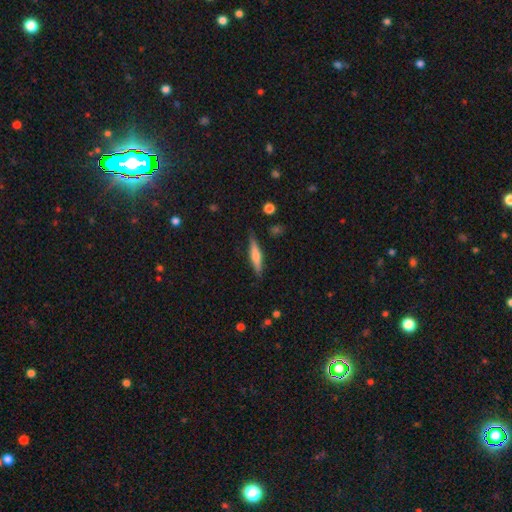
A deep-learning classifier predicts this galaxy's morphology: Smooth or featured: smooth — 51% (featured or disk — 43%)
How rounded: cigar-shaped — 83% (in between — 15%)
Merging: none — 84% (minor disturbance — 12%)